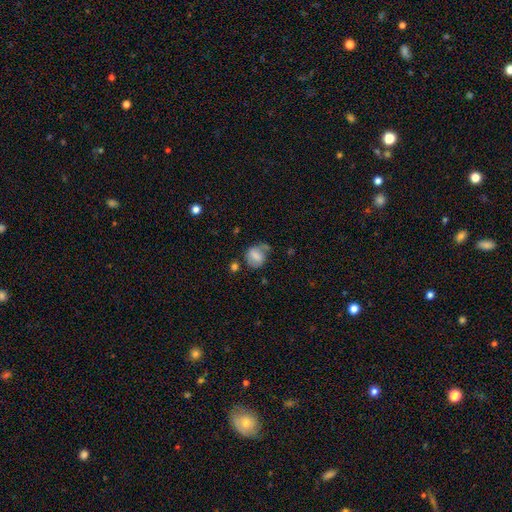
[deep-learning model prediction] Smooth or featured: smooth — 63% (featured or disk — 28%)
How rounded: round — 59% (in between — 40%)
Merging: none — 46% (minor disturbance — 27%)